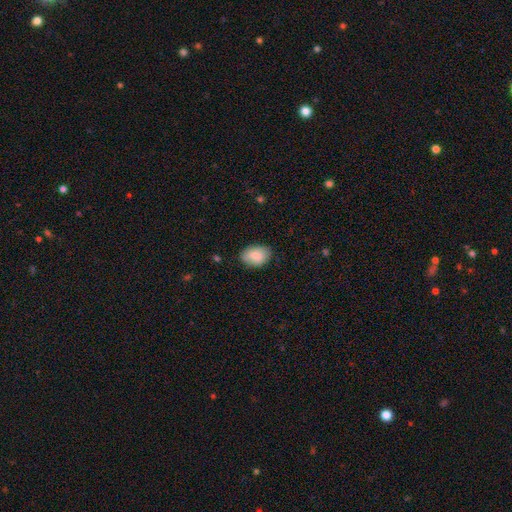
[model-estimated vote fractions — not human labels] A smooth galaxy with no disk features (82%) that is in between round and cigar-shaped (84%).

Vote fractions:
- Smooth or featured? smooth: 82% / featured or disk: 11% / star or artifact: 7%
- How rounded? in between: 84% / round: 14% / cigar-shaped: 1%
- Merging? none: 75% / minor disturbance: 20% / major disturbance: 4% / merger: 1%